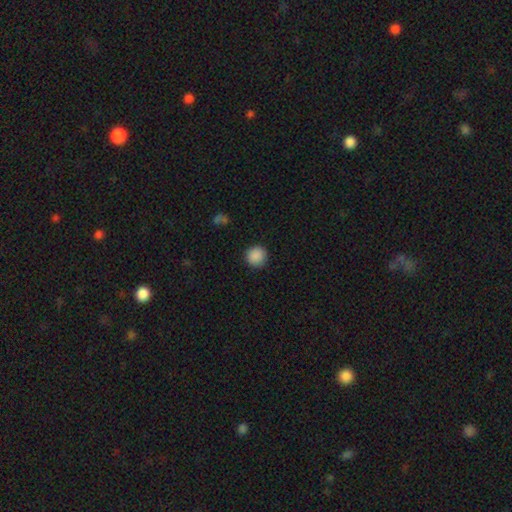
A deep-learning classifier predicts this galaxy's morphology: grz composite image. It shows a smooth galaxy with no disk features (88%) that is round (94%). Merging: none (91%).